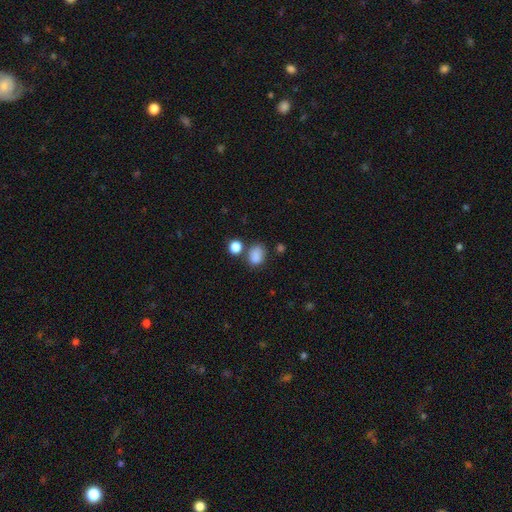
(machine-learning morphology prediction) Smooth or featured?
  - smooth: 83% *
  - star or artifact: 11%
  - featured or disk: 5%
How rounded?
  - in between: 57% *
  - round: 42%
  - cigar-shaped: 1%
Merging?
  - none: 61% *
  - minor disturbance: 19%
  - merger: 13%
  - major disturbance: 7%